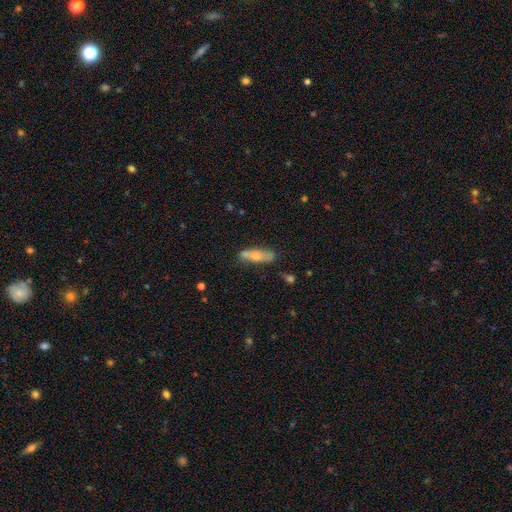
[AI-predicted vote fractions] Overall: smooth (57%; featured or disk 37%). How rounded: cigar-shaped (50%; in between 48%). Merging: none (73%).